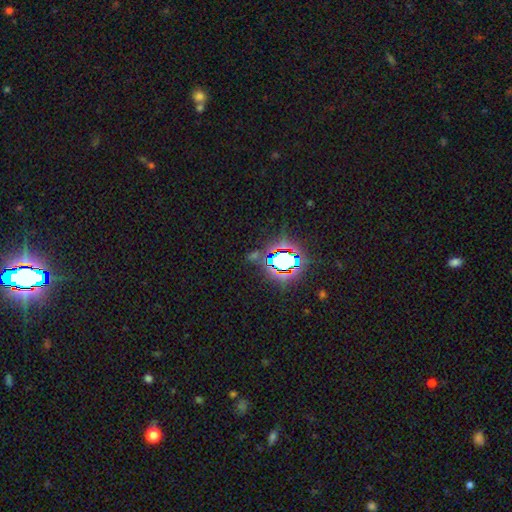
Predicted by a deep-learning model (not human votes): This is likely a star or artifact rather than a galaxy (75%).